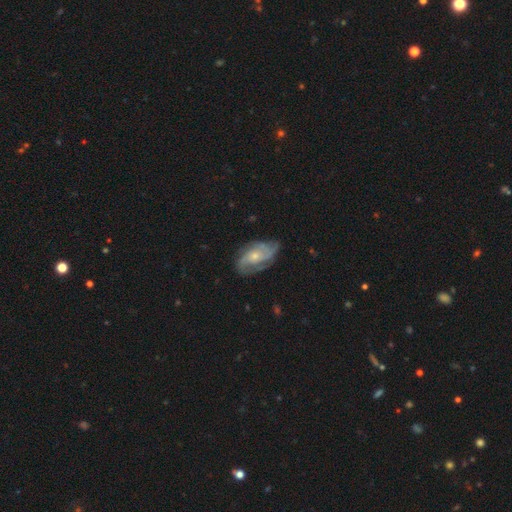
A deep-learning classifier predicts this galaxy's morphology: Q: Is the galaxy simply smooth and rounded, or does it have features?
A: featured or disk — 79%.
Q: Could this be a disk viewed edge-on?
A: no — 96%.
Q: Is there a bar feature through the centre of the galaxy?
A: no — 70%.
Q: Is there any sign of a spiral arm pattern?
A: yes — 94%.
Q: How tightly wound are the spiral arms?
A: medium — 44%.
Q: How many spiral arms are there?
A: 2 — 36%.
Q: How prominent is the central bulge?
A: small — 61%.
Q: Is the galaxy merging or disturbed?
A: none — 68%.